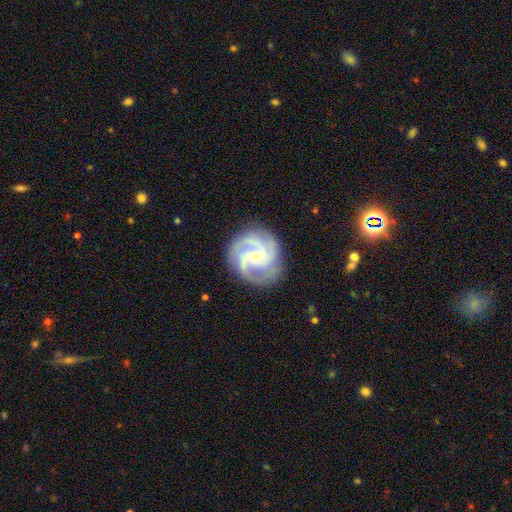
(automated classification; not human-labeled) Overall: featured or disk (90%). Edge-on disk: no (98%). Bar: no (55%; weak 35%). Spiral arms: yes (98%). Spiral arm count: 3 (61%). Spiral winding: medium (48%; tight 44%). Bulge size: small (77%). Merging: none (80%).